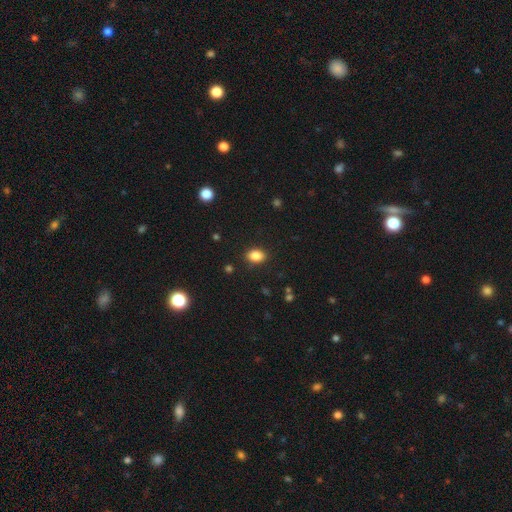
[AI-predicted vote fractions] The model was most divided on "how rounded": in between: 75%, round: 24%, cigar-shaped: 1%. More confident: merging — none (87%); smooth or featured — smooth (85%).